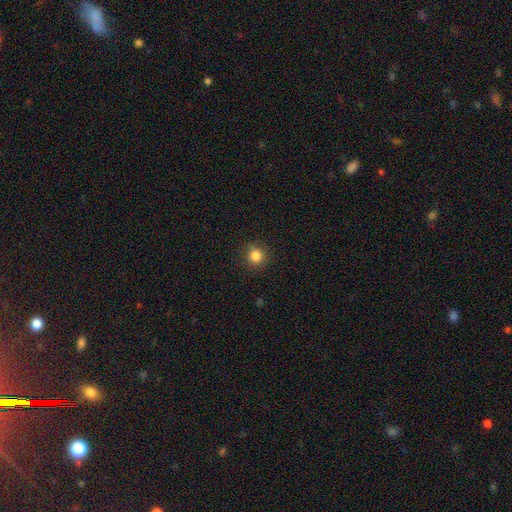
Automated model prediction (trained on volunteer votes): Smooth or featured: smooth — 84% (star or artifact — 12%)
How rounded: round — 92% (in between — 7%)
Merging: none — 89% (minor disturbance — 8%)